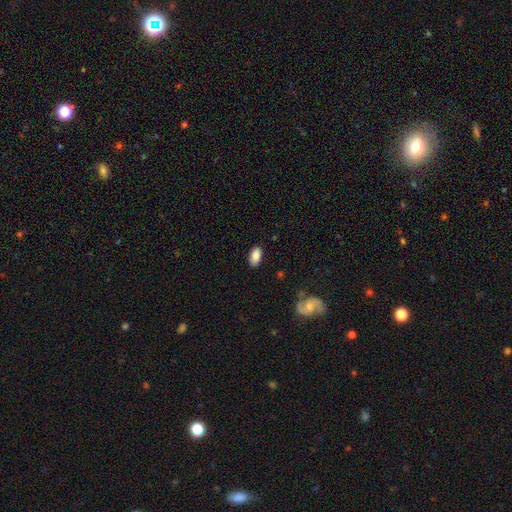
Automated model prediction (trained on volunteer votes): Smooth or featured? smooth (85%)
How rounded? in between (94%)
Merging? none (86%)